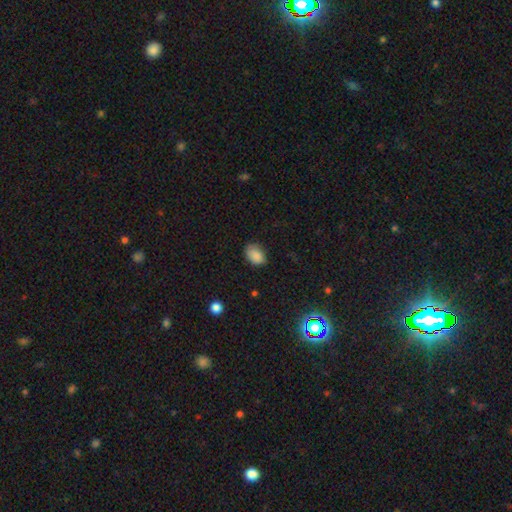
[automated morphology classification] smooth_or_featured: smooth (p=0.86) [alt: star or artifact p=0.09]
how_rounded: in between (p=0.80) [alt: round p=0.19]
merging: none (p=0.72) [alt: minor disturbance p=0.23]